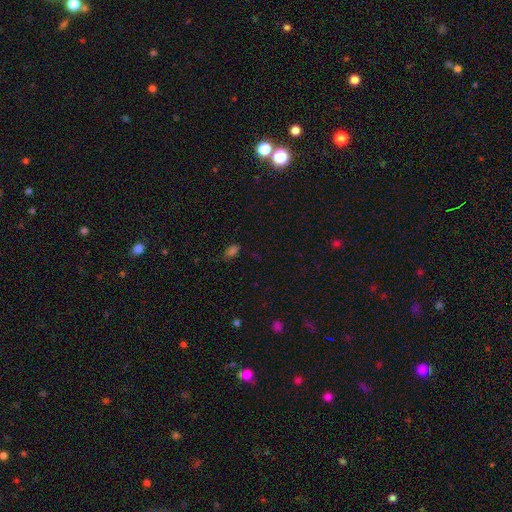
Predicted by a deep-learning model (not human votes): Smooth or featured? smooth (57%)
How rounded? in between (79%)
Merging? none (68%)